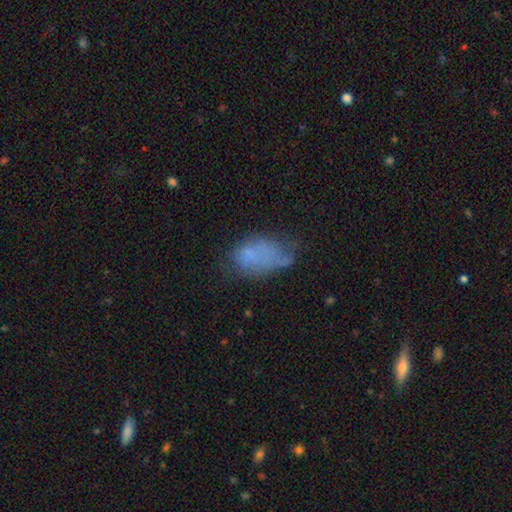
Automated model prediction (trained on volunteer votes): This is likely a smooth galaxy (63%). How rounded: clearly in between (90%). Merging: marginally none (39%).